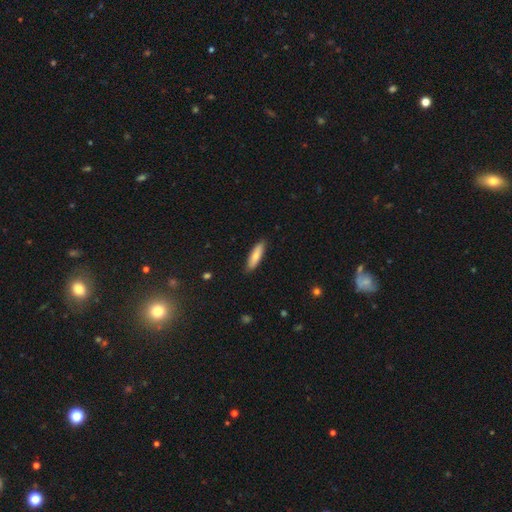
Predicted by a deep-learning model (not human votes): smooth-or-featured: smooth: 78% | featured or disk: 16% | star or artifact: 6%
  how-rounded: cigar-shaped: 65% | in between: 33% | round: 1%
  merging: none: 87% | minor disturbance: 10% | major disturbance: 2% | merger: 1%